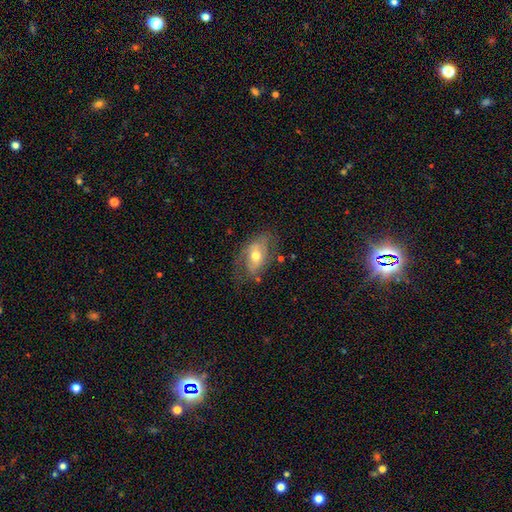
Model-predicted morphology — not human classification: Overall: featured or disk (51%; smooth 40%). Edge-on disk: no (89%). Merging: none (53%; minor disturbance 27%).